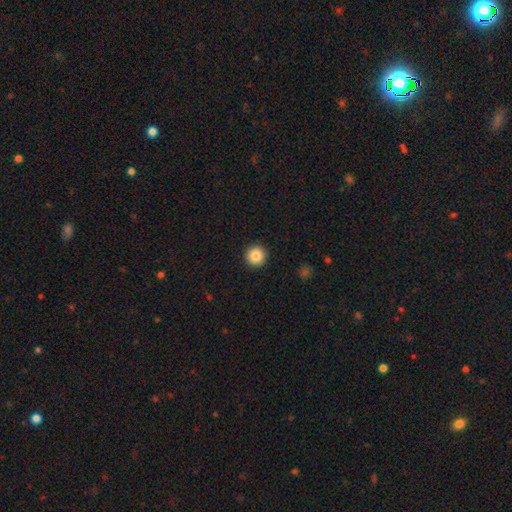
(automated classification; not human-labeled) Q: Smooth or featured?
A: smooth (86%); runner-up: star or artifact (9%)
Q: How rounded?
A: round (96%); runner-up: in between (3%)
Q: Merging?
A: none (93%); runner-up: minor disturbance (4%)